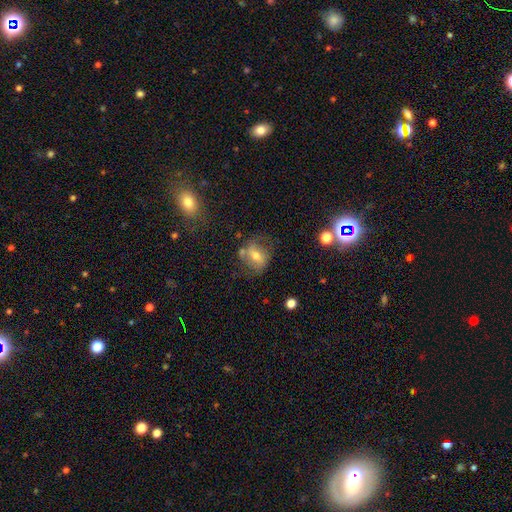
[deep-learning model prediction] Morphology: type=smooth (43%, tied with featured or disk); merging=none (57%).